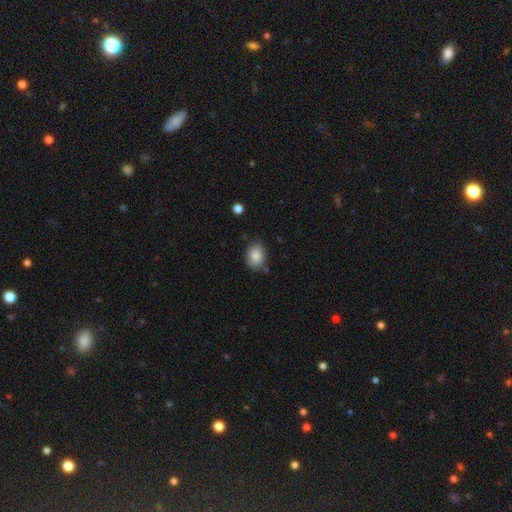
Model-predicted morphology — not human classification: Q: Smooth or featured?
A: smooth (87%); runner-up: star or artifact (8%)
Q: How rounded?
A: in between (66%); runner-up: round (33%)
Q: Merging?
A: none (78%); runner-up: minor disturbance (15%)